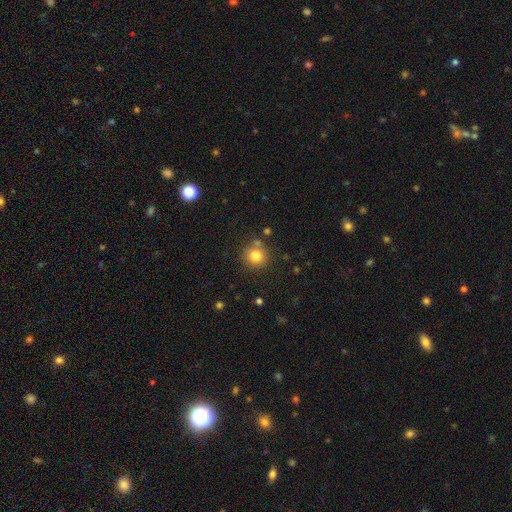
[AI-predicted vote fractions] Smooth or featured: smooth — 81% (star or artifact — 12%)
How rounded: round — 91% (in between — 8%)
Merging: none — 78% (minor disturbance — 10%)